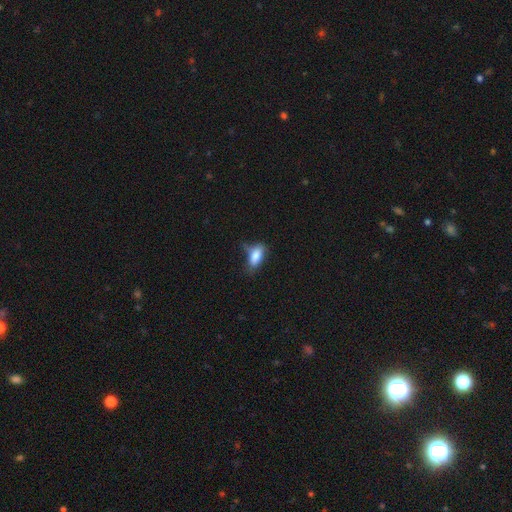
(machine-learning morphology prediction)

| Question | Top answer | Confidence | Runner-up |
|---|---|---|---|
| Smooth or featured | smooth | 81% | featured or disk (11%) |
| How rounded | in between | 87% | cigar-shaped (8%) |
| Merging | none | 43% | minor disturbance (36%) |